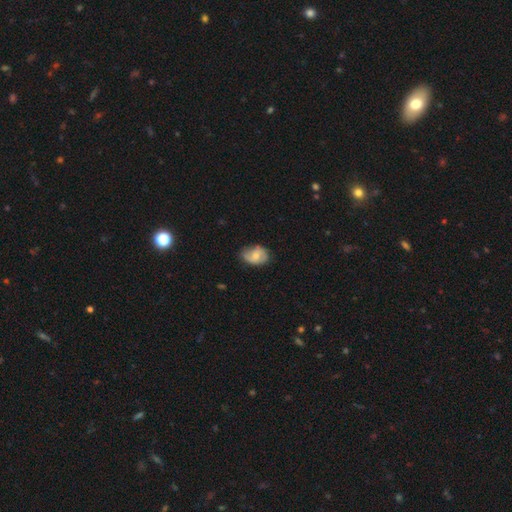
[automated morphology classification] Smooth or featured: smooth — 55% (featured or disk — 38%)
How rounded: in between — 77% (round — 22%)
Merging: none — 60% (minor disturbance — 31%)